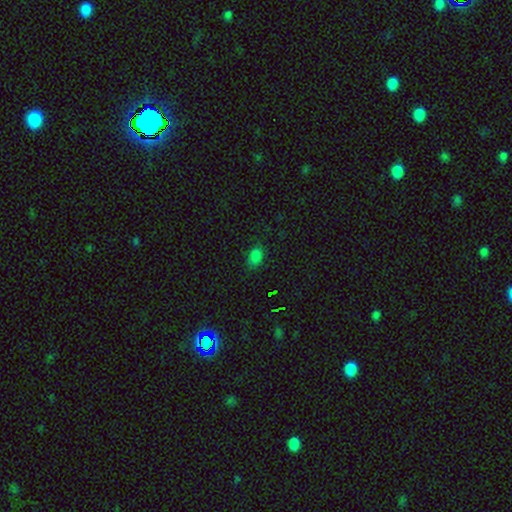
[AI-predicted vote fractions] smooth-or-featured: smooth: 80% | star or artifact: 17% | featured or disk: 4%
  how-rounded: in between: 87% | round: 11% | cigar-shaped: 2%
  merging: none: 76% | minor disturbance: 19% | major disturbance: 4% | merger: 1%